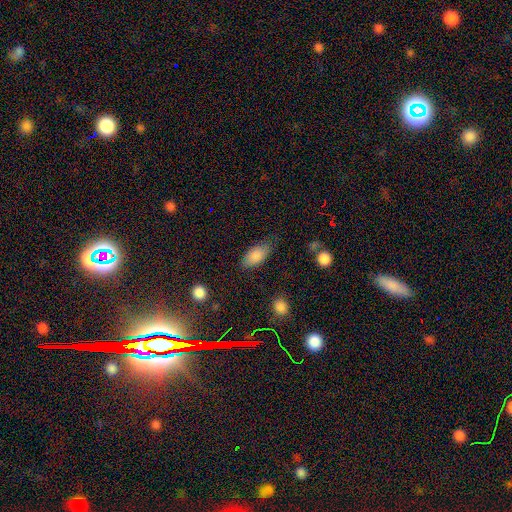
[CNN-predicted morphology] A smooth galaxy with no disk features (85%) that is in between round and cigar-shaped (90%). Merging: none (74%).